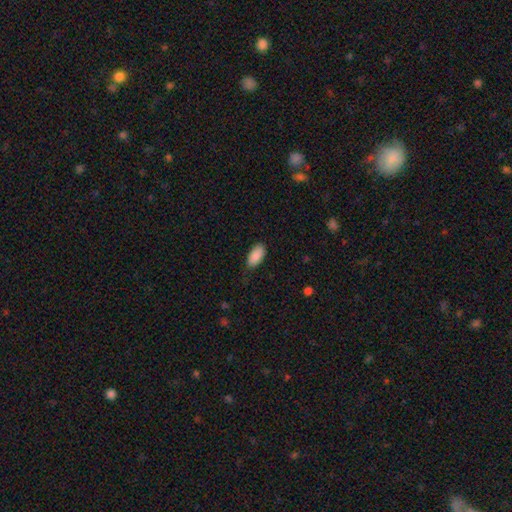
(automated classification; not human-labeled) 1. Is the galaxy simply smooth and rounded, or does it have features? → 90% smooth, 6% star or artifact, 4% featured or disk.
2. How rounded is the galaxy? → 93% in between, 5% cigar-shaped, 2% round.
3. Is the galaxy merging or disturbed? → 78% none, 18% minor disturbance, 3% major disturbance, 1% merger.